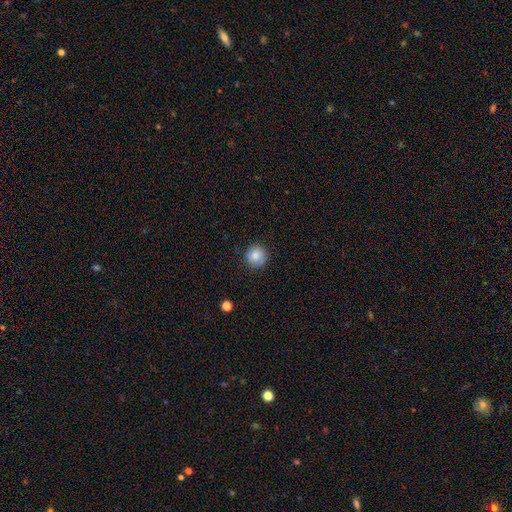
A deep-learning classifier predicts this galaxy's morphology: This appears to be a smooth galaxy with no disk features (85%) that is round (94%). Merging: none (89%).